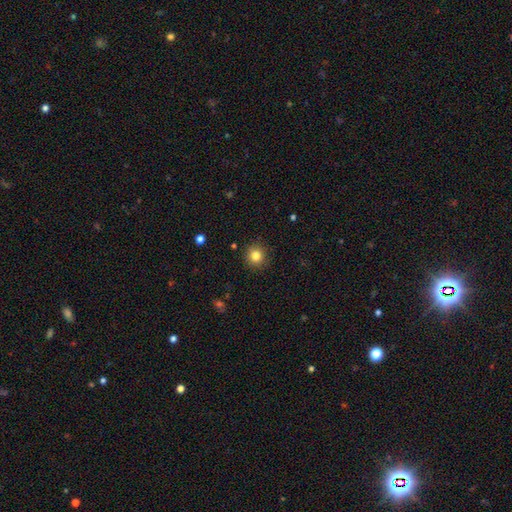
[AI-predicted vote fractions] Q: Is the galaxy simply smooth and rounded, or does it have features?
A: smooth — 83%.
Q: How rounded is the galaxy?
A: round — 93%.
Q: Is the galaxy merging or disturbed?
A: none — 89%.